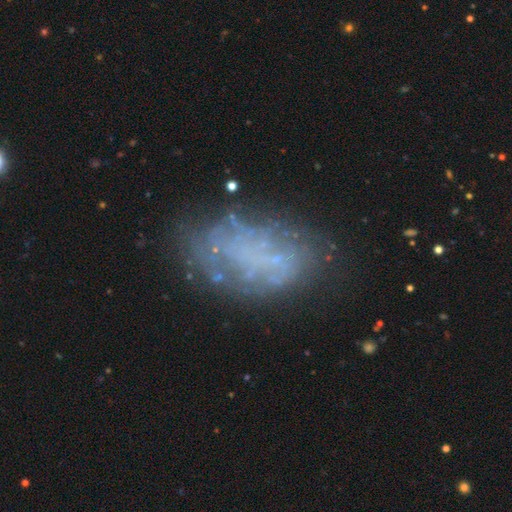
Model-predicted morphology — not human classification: featured or disk 52%, smooth 32%, star or artifact 16%. Down the decision tree: edge-on disk — no (97%); bar — no (91%); spiral arms — no (84%); bulge size — none (84%); merging — none (59%).